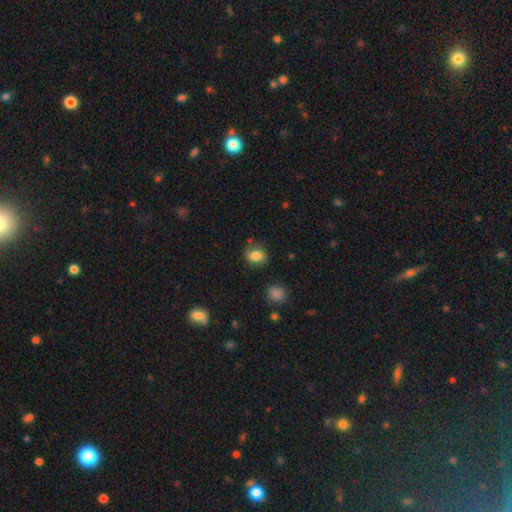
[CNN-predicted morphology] A smooth galaxy with no disk features (82%) that is round (53%). Merging: none (79%).